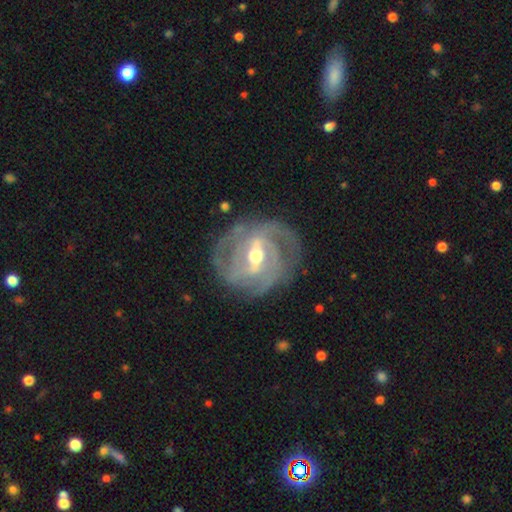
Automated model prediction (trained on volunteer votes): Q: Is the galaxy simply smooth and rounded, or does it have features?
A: featured or disk — 89%.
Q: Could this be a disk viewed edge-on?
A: no — 96%.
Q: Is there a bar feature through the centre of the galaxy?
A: strong — 53%.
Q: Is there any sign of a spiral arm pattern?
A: yes — 95%.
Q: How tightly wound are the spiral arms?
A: tight — 56%.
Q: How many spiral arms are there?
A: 3 — 32%.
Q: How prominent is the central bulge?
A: moderate — 68%.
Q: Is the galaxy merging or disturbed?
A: none — 77%.